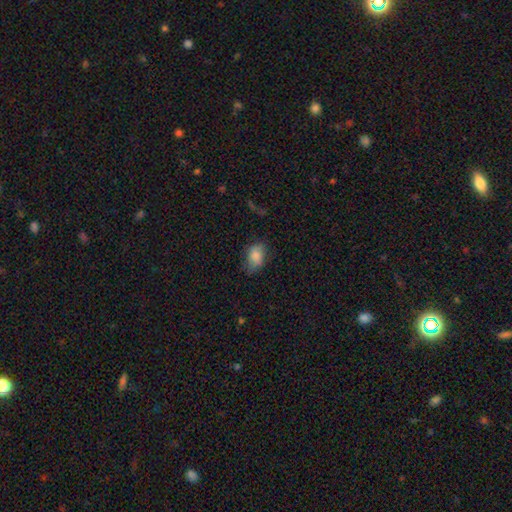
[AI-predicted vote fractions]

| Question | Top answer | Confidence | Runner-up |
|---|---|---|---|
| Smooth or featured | smooth | 83% | featured or disk (9%) |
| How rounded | in between | 82% | round (16%) |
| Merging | none | 62% | minor disturbance (27%) |